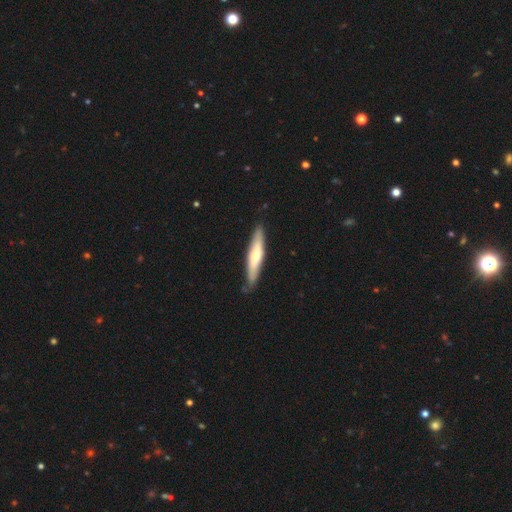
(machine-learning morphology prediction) Smooth or featured? Predicted: smooth (p=0.54). How rounded? Predicted: cigar-shaped (p=0.84). Merging? Predicted: none (p=0.80).